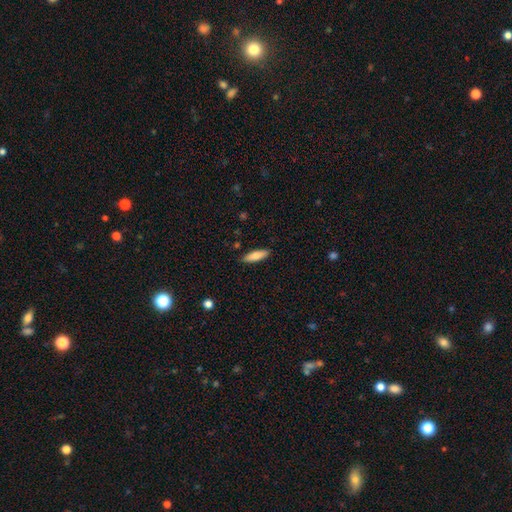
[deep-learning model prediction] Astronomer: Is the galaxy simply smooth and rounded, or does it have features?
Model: smooth — 79%.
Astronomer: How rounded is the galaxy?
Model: cigar-shaped — 51% (runner-up: in between, 47%).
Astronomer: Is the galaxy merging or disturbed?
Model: none — 88%.